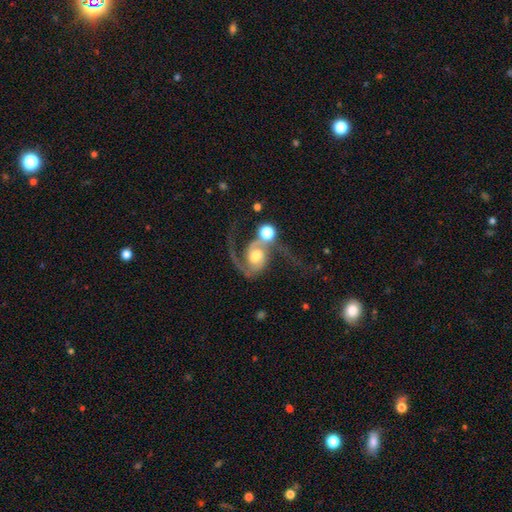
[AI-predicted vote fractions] smooth-or-featured: featured or disk: 87% | smooth: 7% | star or artifact: 6%
  disk-edge-on: no: 98% | yes: 2%
    bar: no: 60% | weak: 31% | strong: 9%
    has-spiral-arms: yes: 97% | no: 3%
      spiral-winding: loose: 56% | medium: 36% | tight: 9%
      spiral-arm-count: 2: 88% | 1: 7% | can't tell: 2% | 3: 1% | 4: 1% | more than 4: 1%
    bulge-size: moderate: 63% | large: 18% | small: 14% | dominant: 3% | none: 2%
  merging: none: 40% | merger: 28% | major disturbance: 19% | minor disturbance: 13%